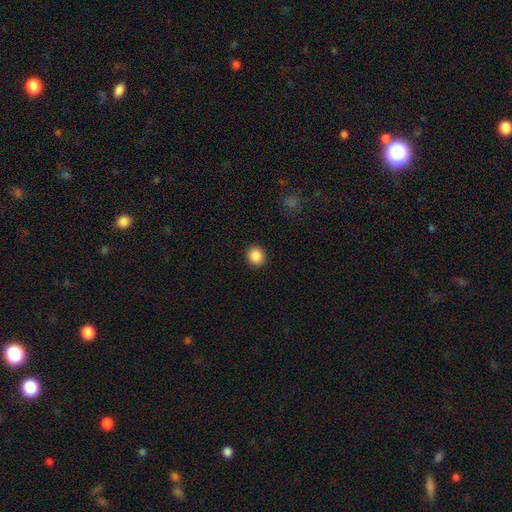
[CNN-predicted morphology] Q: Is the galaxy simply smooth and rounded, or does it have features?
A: smooth — 88%.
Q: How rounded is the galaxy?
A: round — 85%.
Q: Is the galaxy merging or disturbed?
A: none — 92%.